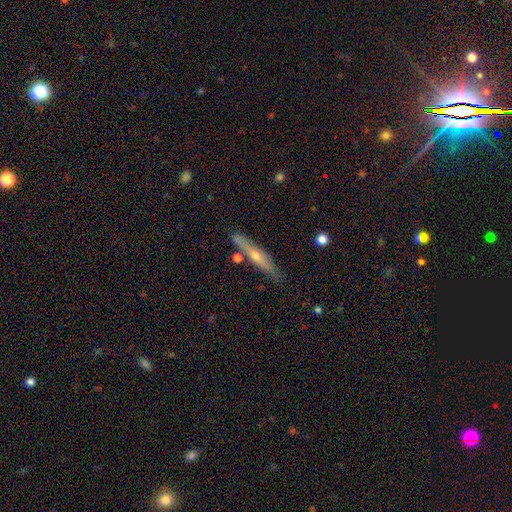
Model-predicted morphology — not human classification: Smooth or featured: featured or disk — 61% (smooth — 33%)
Edge-on disk: yes — 92% (no — 8%)
Edge-on bulge: rounded — 84% (none — 13%)
Merging: none — 79% (minor disturbance — 13%)